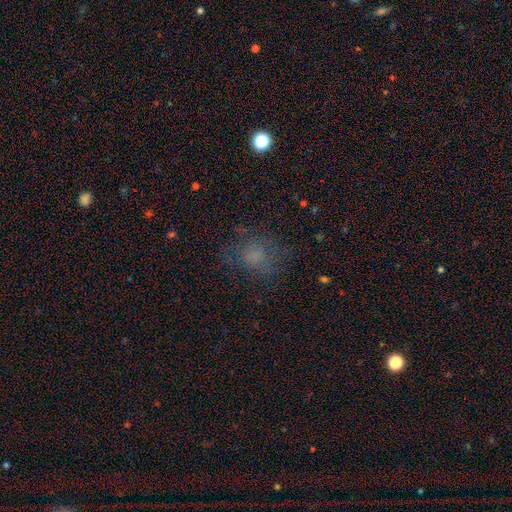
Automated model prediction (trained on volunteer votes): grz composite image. It shows a smooth galaxy with no disk features (62%) that is round (67%). Merging: none (66%).